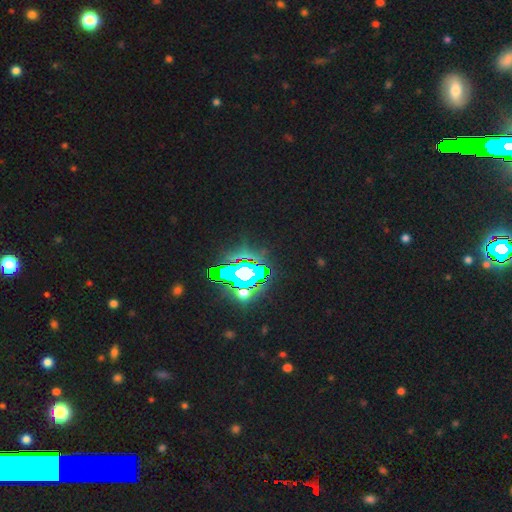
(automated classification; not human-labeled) This is clearly a star or artifact rather than a galaxy (84%).